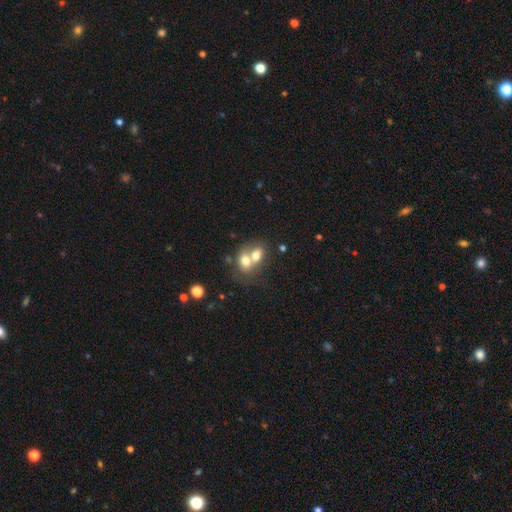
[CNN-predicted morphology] This appears to be a smooth galaxy with no disk features (69%) that is in between round and cigar-shaped (59%). Merging: merger (72%).